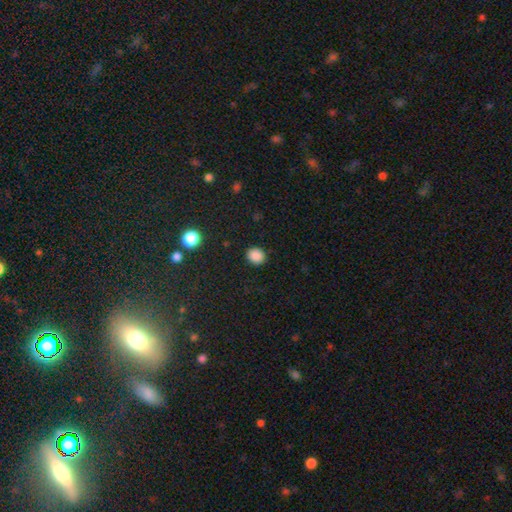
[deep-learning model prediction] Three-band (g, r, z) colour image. It shows a smooth galaxy with no disk features (87%) that is round (78%). Merging: none (90%).